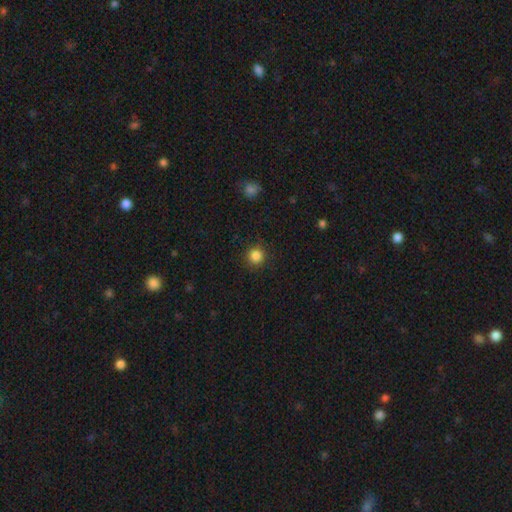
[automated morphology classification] A smooth galaxy with no disk features (85%) that is round (95%).

Vote fractions:
- Smooth or featured? smooth: 85% / star or artifact: 11% / featured or disk: 3%
- How rounded? round: 95% / in between: 4% / cigar-shaped: 1%
- Merging? none: 90% / minor disturbance: 6% / major disturbance: 2% / merger: 1%